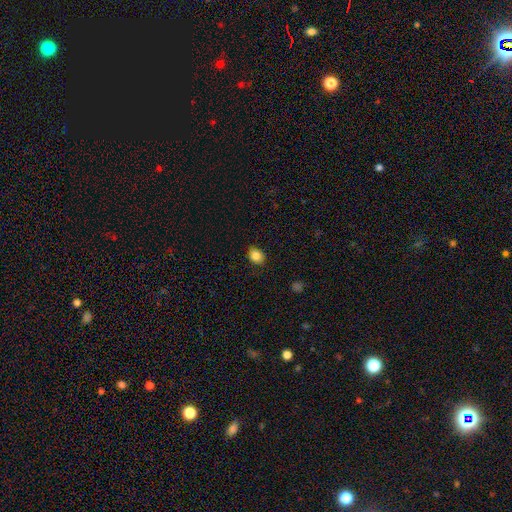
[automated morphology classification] This appears to be a smooth galaxy with no disk features (85%) that is round (61%). Merging: none (79%).